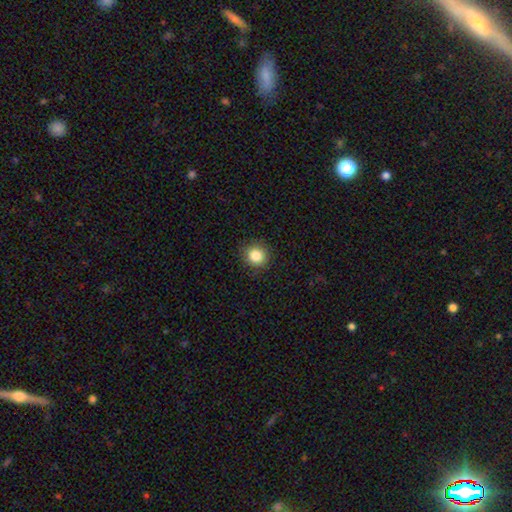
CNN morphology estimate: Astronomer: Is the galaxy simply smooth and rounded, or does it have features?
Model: smooth — 85%.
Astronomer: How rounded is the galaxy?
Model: round — 88%.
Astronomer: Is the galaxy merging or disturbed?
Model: none — 89%.